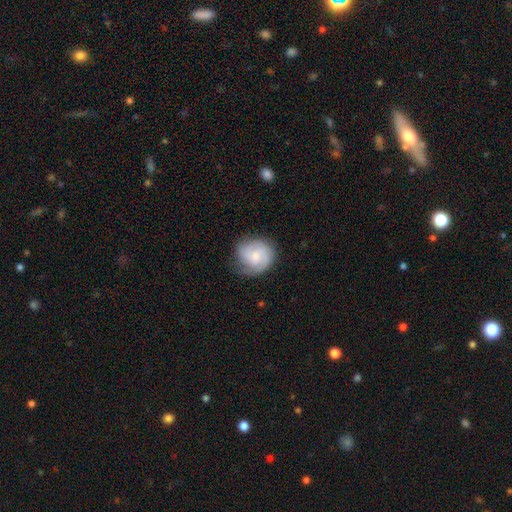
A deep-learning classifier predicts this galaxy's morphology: Smooth or featured: featured or disk — 61% (smooth — 33%)
Edge-on disk: no — 98% (yes — 2%)
Bar: no — 59% (weak — 36%)
Spiral arms: yes — 93% (no — 7%)
Spiral winding: tight — 46% (medium — 41%)
Spiral arm count: 2 — 38% (3 — 26%)
Bulge size: small — 45% (moderate — 36%)
Merging: none — 70% (minor disturbance — 21%)